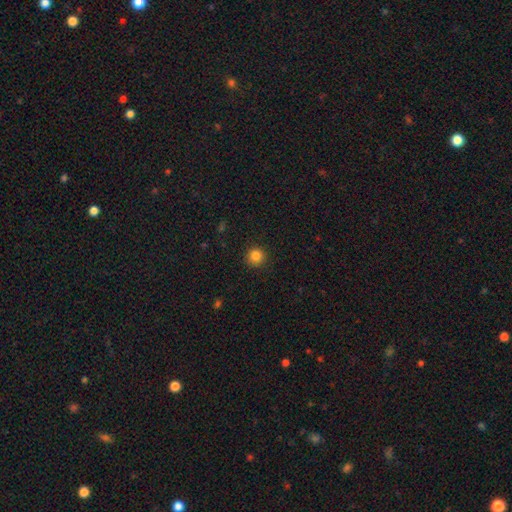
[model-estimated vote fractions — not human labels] Smooth or featured?
  - smooth: 84% *
  - star or artifact: 12%
  - featured or disk: 4%
How rounded?
  - round: 95% *
  - in between: 5%
  - cigar-shaped: 1%
Merging?
  - none: 92% *
  - minor disturbance: 6%
  - major disturbance: 2%
  - merger: 1%